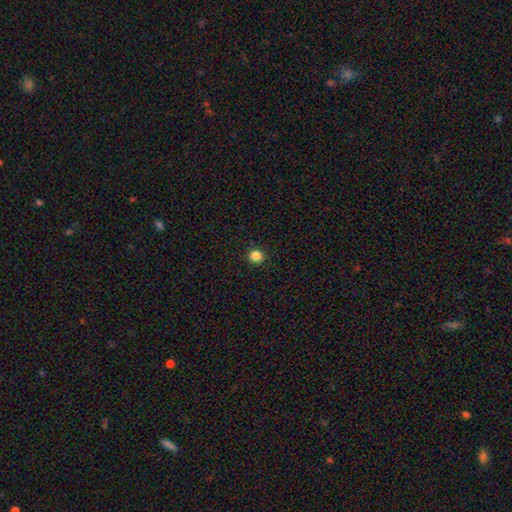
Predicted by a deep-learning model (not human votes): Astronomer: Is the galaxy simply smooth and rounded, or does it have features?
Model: smooth — 85%.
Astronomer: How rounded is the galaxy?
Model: round — 88%.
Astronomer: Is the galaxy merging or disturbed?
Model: none — 92%.